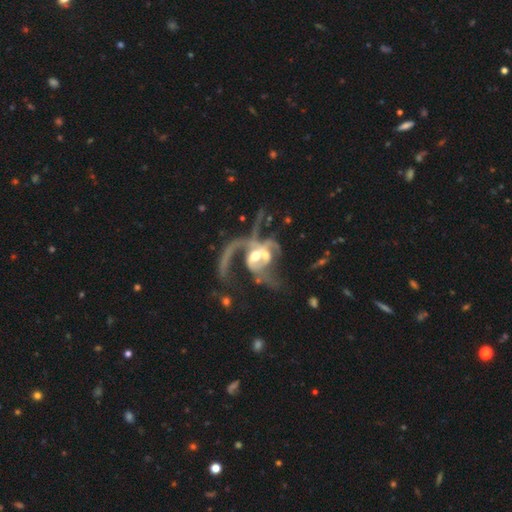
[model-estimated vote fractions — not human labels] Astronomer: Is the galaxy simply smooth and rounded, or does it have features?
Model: featured or disk — 77%.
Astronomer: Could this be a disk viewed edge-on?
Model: no — 95%.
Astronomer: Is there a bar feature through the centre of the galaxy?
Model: no — 58%.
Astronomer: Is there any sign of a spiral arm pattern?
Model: yes — 72%.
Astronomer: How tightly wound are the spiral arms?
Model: loose — 66%.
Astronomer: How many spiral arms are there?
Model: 1 — 34% (runner-up: 2, 33%).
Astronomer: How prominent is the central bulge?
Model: moderate — 61%.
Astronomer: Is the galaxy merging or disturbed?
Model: merger — 59%.